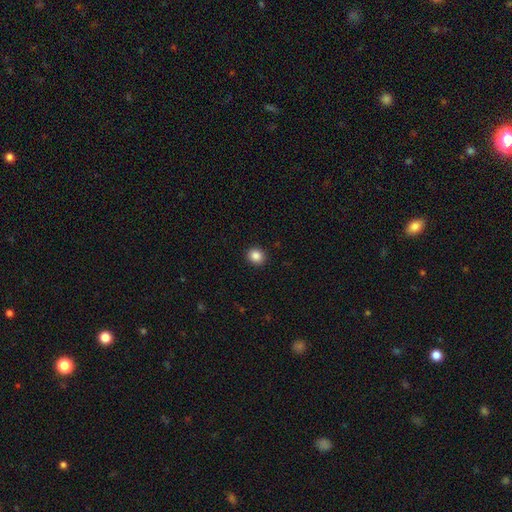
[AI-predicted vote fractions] The model was most divided on "how rounded": round: 76%, in between: 23%, cigar-shaped: 1%. More confident: merging — none (92%); smooth or featured — smooth (86%).